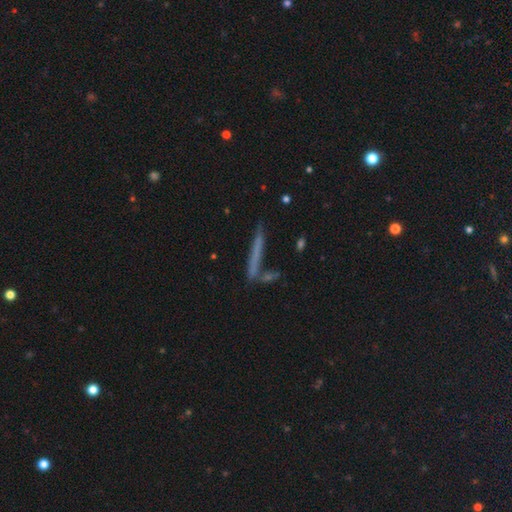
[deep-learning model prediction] The model was most divided on "smooth or featured": smooth: 56%, featured or disk: 32%, star or artifact: 12%. More confident: how rounded — cigar-shaped (93%); merging — none (71%).